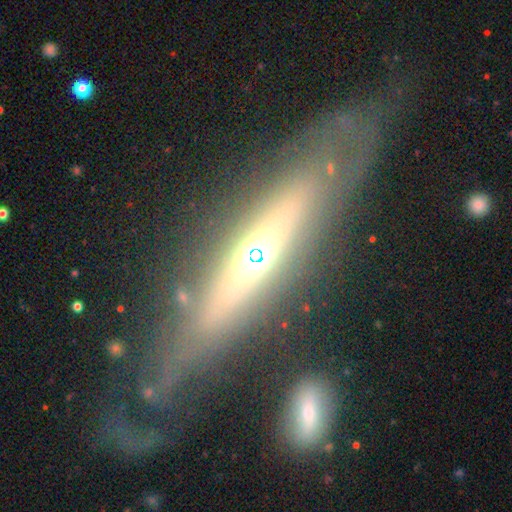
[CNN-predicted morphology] The model was most divided on "edge-on disk": yes: 56%, no: 44%. More confident: smooth or featured — featured or disk (80%); merging — none (62%).